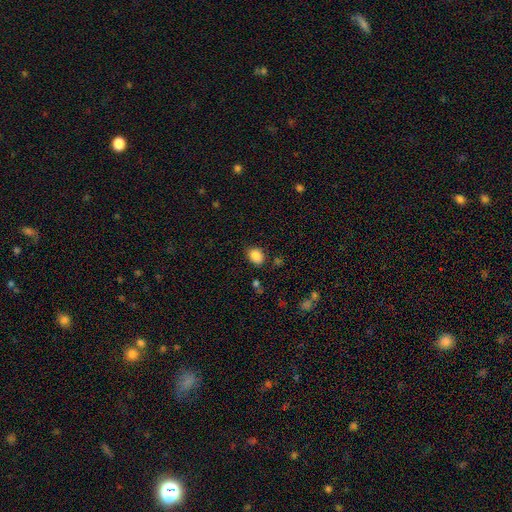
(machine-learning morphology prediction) Smooth or featured? smooth (87%)
How rounded? in between (64%)
Merging? none (77%)